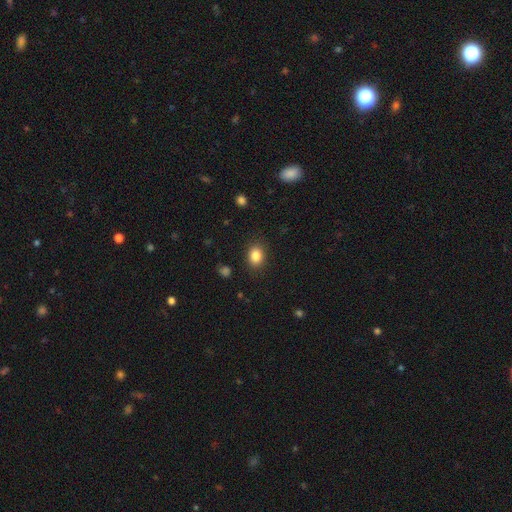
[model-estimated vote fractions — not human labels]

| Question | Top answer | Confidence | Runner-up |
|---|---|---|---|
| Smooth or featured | smooth | 85% | star or artifact (10%) |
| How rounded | in between | 60% | round (39%) |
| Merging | none | 87% | minor disturbance (9%) |